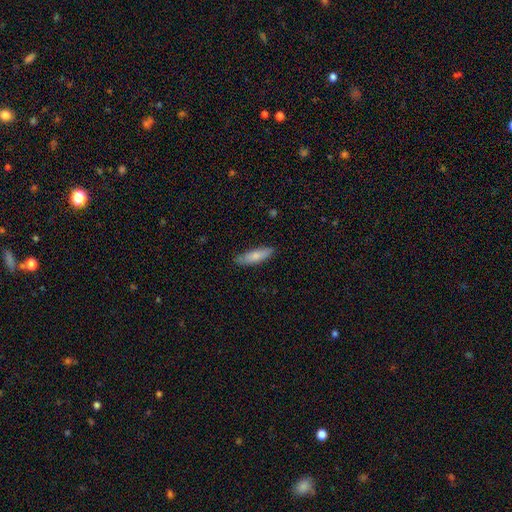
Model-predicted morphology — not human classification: type=smooth (74%); roundness=cigar-shaped (58%); merging=none (81%).